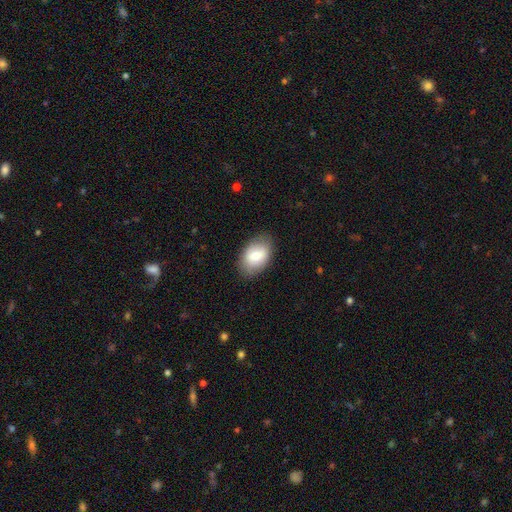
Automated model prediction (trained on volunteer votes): Smooth or featured?
  - smooth: 74% *
  - featured or disk: 19%
  - star or artifact: 7%
How rounded?
  - in between: 89% *
  - round: 10%
  - cigar-shaped: 1%
Merging?
  - none: 84% *
  - minor disturbance: 12%
  - major disturbance: 3%
  - merger: 1%